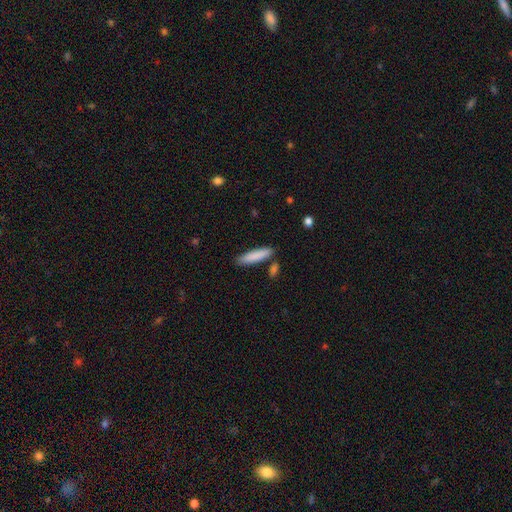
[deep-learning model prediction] A smooth galaxy with no disk features (85%) that is cigar-shaped (77%). Merging: none (83%).